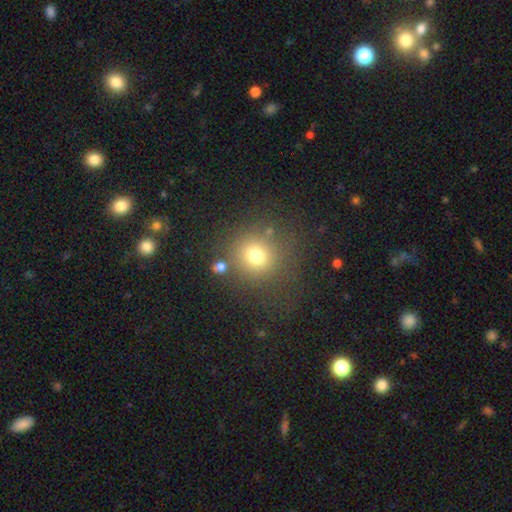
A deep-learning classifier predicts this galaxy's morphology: Overall: smooth (72%). How rounded: round (89%). Merging: none (75%).